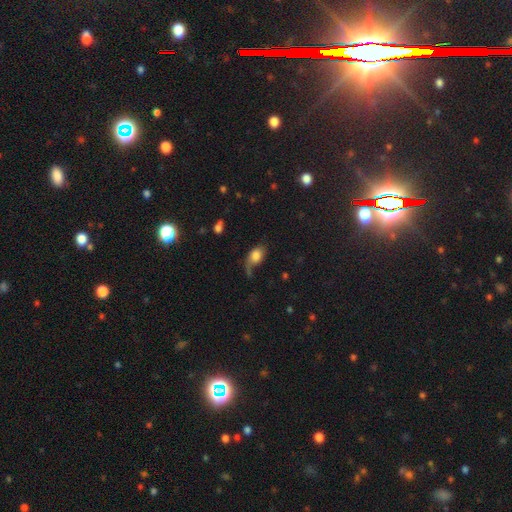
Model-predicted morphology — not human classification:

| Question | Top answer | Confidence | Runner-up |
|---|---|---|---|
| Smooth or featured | smooth | 72% | featured or disk (18%) |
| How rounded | in between | 79% | round (18%) |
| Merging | none | 38% | minor disturbance (28%) |